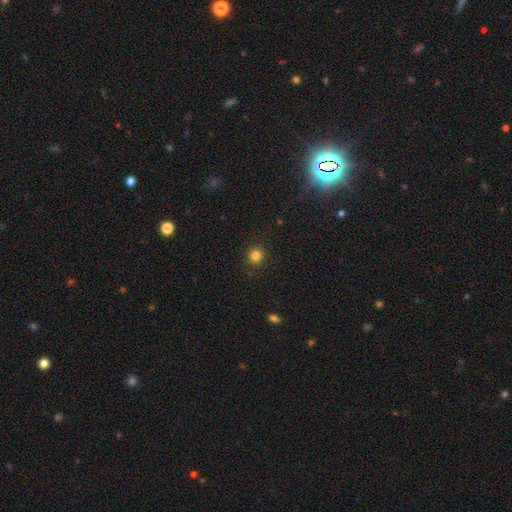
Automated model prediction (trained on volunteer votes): This is clearly a smooth galaxy (82%). How rounded: clearly round (91%). Merging: clearly none (91%).